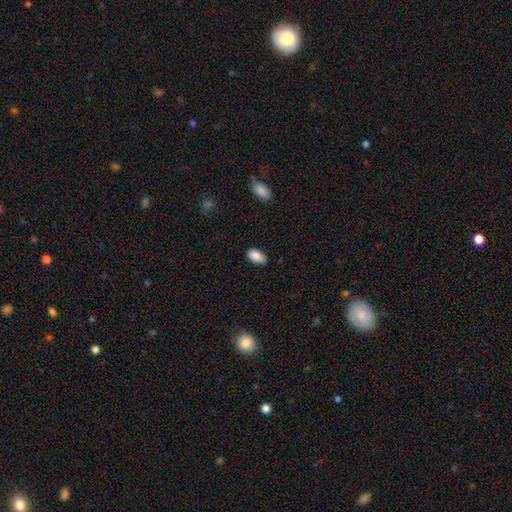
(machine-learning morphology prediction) Smooth or featured? Predicted: smooth (p=0.88). How rounded? Predicted: in between (p=0.93). Merging? Predicted: none (p=0.82).